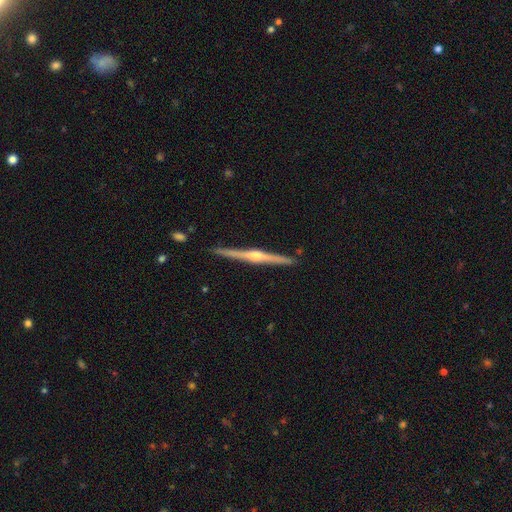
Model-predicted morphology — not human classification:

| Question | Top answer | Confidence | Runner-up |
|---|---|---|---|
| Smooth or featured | featured or disk | 85% | smooth (10%) |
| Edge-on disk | yes | 99% | no (1%) |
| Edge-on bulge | rounded | 88% | none (6%) |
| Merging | none | 92% | minor disturbance (6%) |